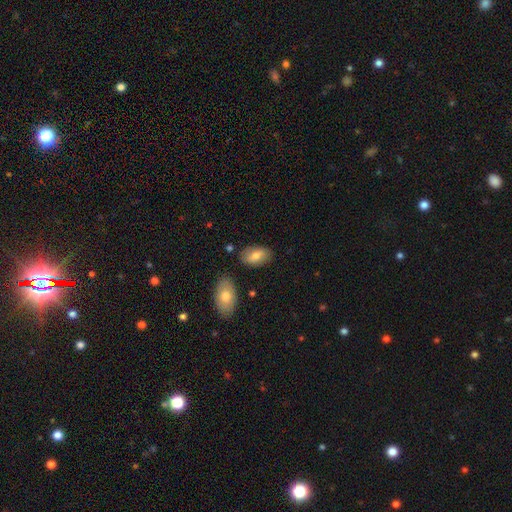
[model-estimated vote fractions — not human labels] Smooth or featured? Predicted: smooth (p=0.77). How rounded? Predicted: in between (p=0.94). Merging? Predicted: none (p=0.80).